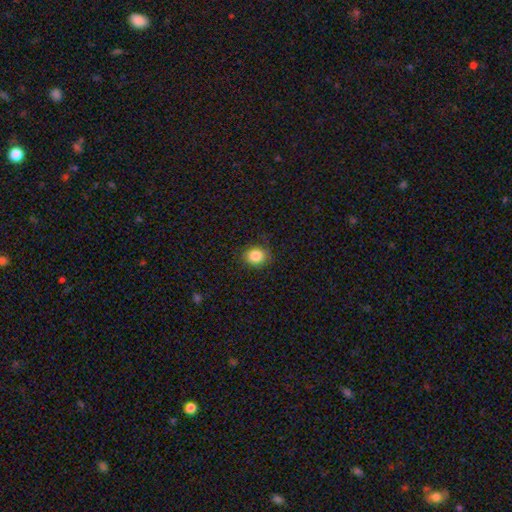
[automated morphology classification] type=smooth (86%); roundness=round (67%); merging=none (85%).